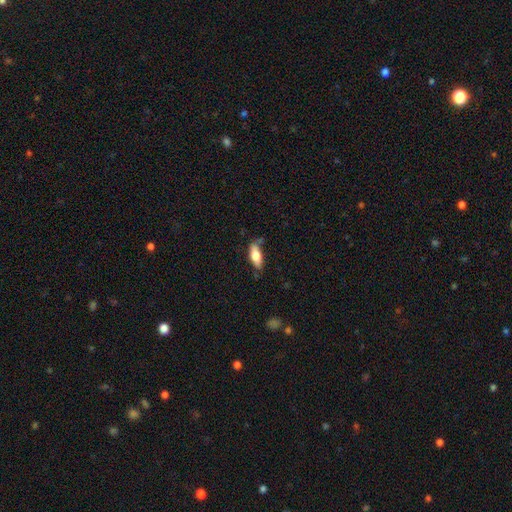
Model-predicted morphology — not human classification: This is likely a smooth galaxy (72%). How rounded: likely in between (73%). Merging: likely none (62%).